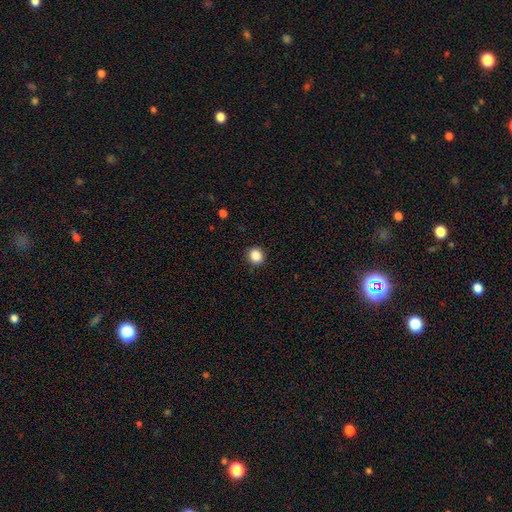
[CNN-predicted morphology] This appears to be a smooth galaxy with no disk features (87%) that is round (81%). Merging: none (91%).